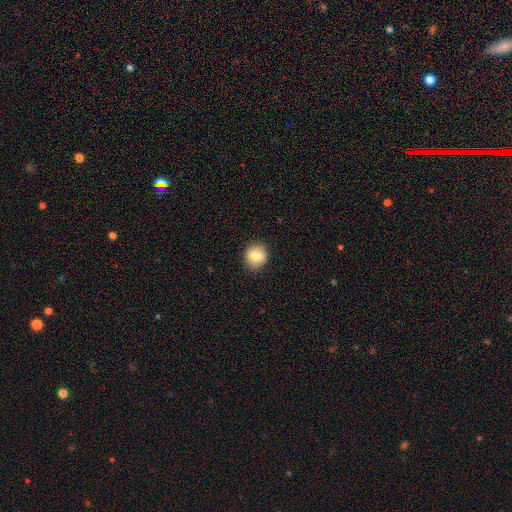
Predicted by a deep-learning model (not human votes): Q: Smooth or featured?
A: smooth (80%); runner-up: featured or disk (11%)
Q: How rounded?
A: round (82%); runner-up: in between (17%)
Q: Merging?
A: none (90%); runner-up: minor disturbance (7%)